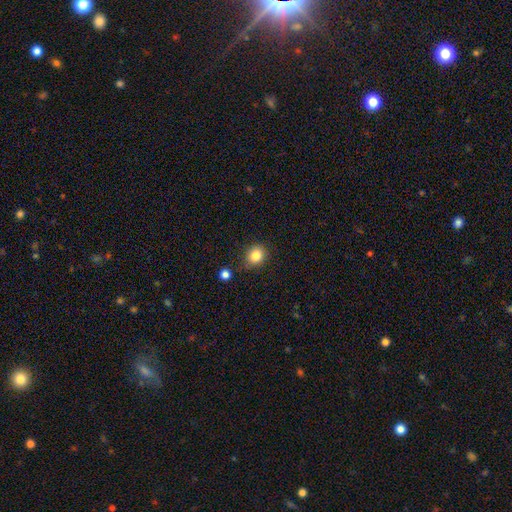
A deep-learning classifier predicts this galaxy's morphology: smooth-or-featured: smooth: 83% | star or artifact: 10% | featured or disk: 6%
  how-rounded: round: 67% | in between: 32% | cigar-shaped: 1%
  merging: none: 79% | minor disturbance: 14% | merger: 4% | major disturbance: 3%